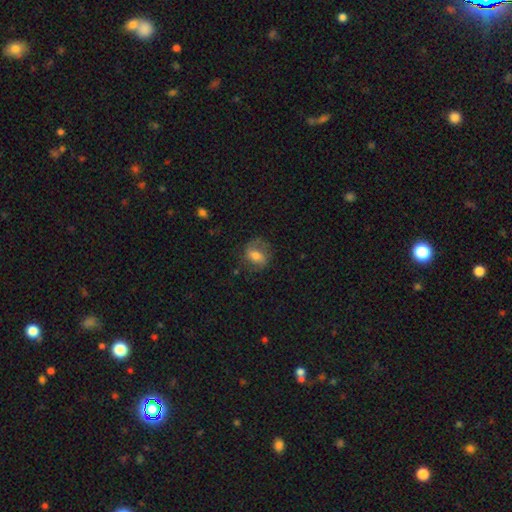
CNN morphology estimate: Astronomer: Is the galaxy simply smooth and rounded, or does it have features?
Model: featured or disk — 48% (runner-up: smooth, 43%).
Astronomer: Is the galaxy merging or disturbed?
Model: none — 64%.